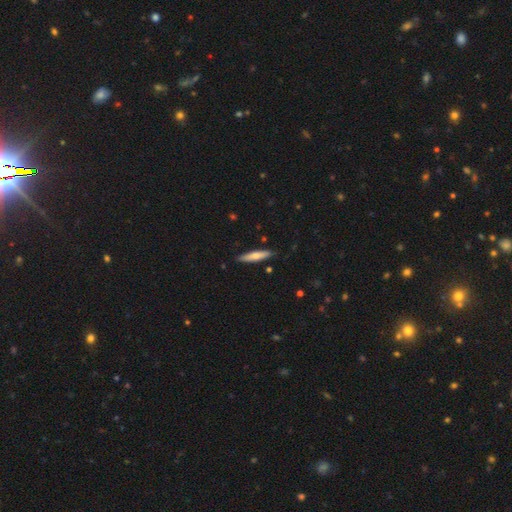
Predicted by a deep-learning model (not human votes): This is likely a smooth galaxy (66%). How rounded: clearly cigar-shaped (86%). Merging: clearly none (87%).